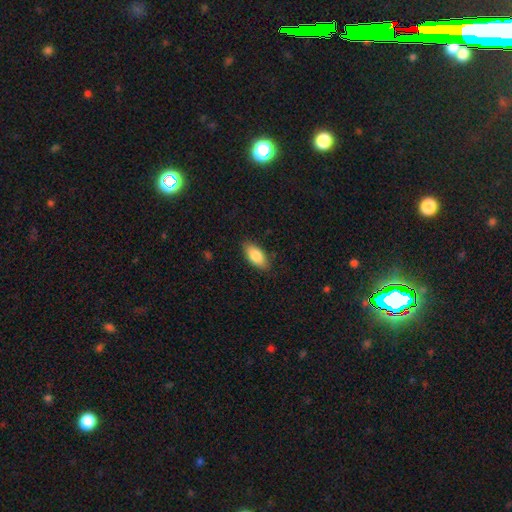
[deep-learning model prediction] smooth 84%, featured or disk 10%, star or artifact 6%. Down the decision tree: how rounded — in between (89%); merging — none (85%).